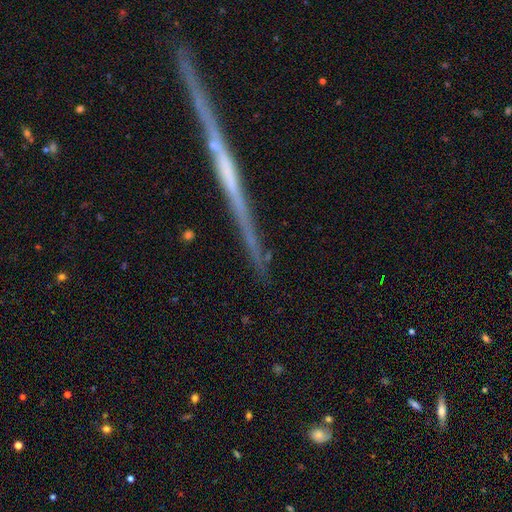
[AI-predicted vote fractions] Overall: featured or disk (42%; smooth 32%). Merging: none (80%).